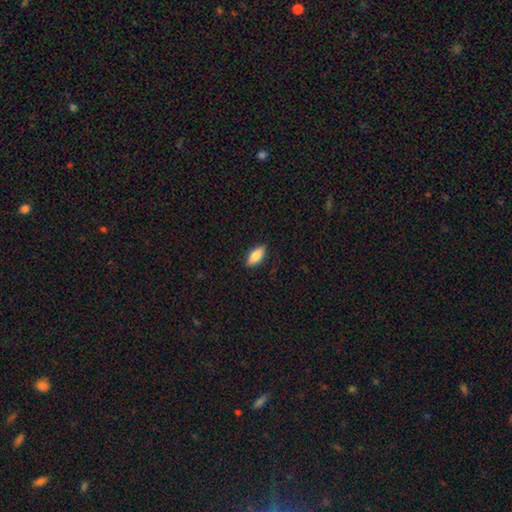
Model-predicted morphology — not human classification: Q: Smooth or featured?
A: smooth (83%); runner-up: featured or disk (11%)
Q: How rounded?
A: in between (80%); runner-up: cigar-shaped (17%)
Q: Merging?
A: none (87%); runner-up: minor disturbance (10%)